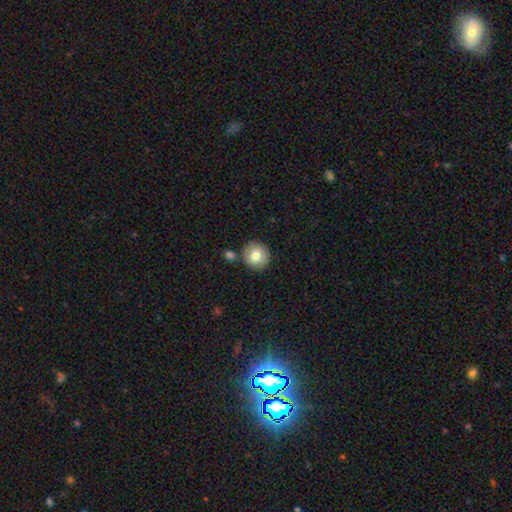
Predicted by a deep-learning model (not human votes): This appears to be a smooth galaxy with no disk features (78%) that is round (93%). Merging: none (80%).